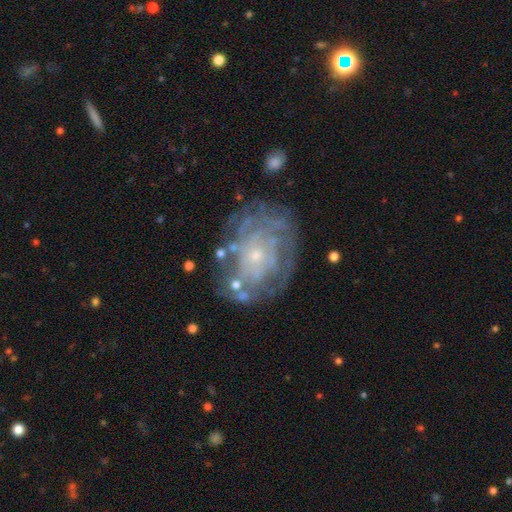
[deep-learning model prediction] A featured or disk galaxy (78%) with no bar (83%), tight (72%) spiral arms (76%) and a small central bulge (79%). Merging: none (67%).